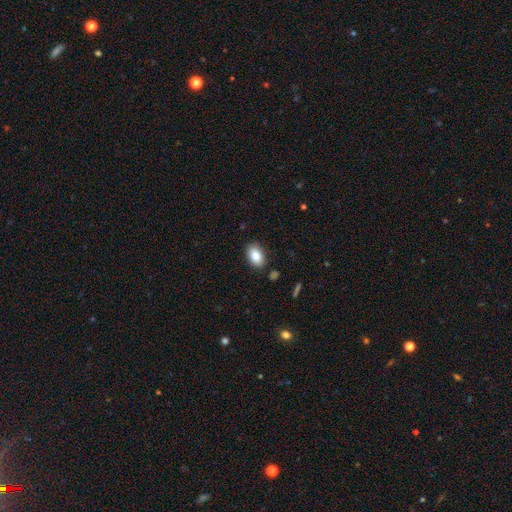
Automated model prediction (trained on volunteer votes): Smooth or featured?
  - smooth: 82% *
  - featured or disk: 10%
  - star or artifact: 8%
How rounded?
  - in between: 90% *
  - round: 9%
  - cigar-shaped: 1%
Merging?
  - none: 87% *
  - minor disturbance: 9%
  - major disturbance: 2%
  - merger: 2%